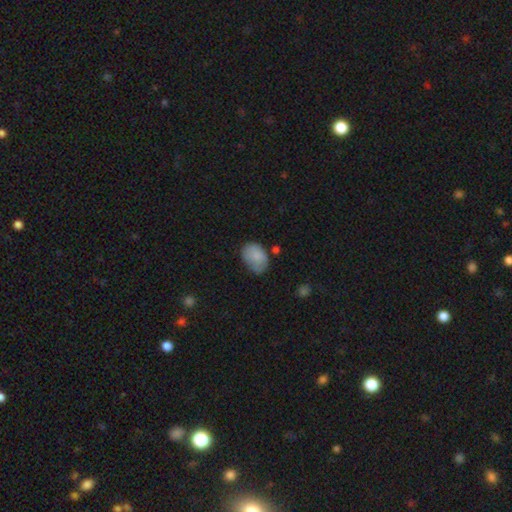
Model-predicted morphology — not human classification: Smooth or featured?
  - smooth: 82% *
  - featured or disk: 11%
  - star or artifact: 7%
How rounded?
  - in between: 79% *
  - round: 20%
  - cigar-shaped: 1%
Merging?
  - none: 54% *
  - minor disturbance: 33%
  - major disturbance: 8%
  - merger: 5%